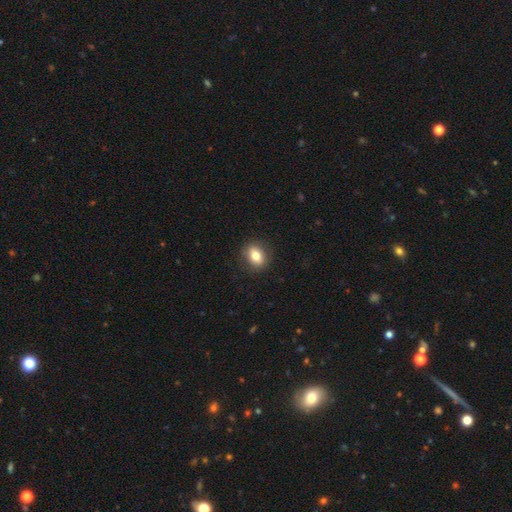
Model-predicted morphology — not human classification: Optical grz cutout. It shows a smooth galaxy with no disk features (78%) that is in between round and cigar-shaped (62%). Merging: none (87%).